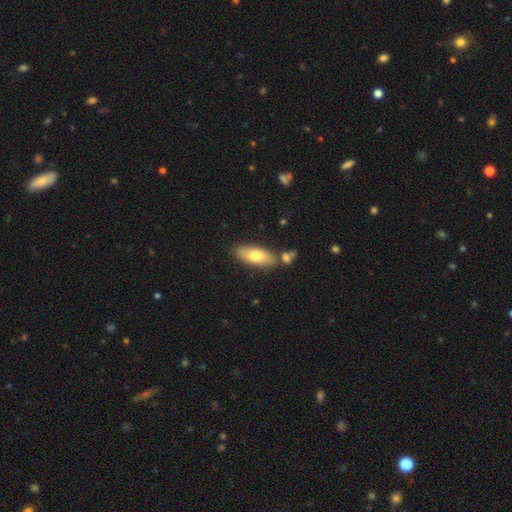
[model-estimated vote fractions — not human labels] Smooth or featured? smooth (73%)
How rounded? in between (75%)
Merging? none (74%)